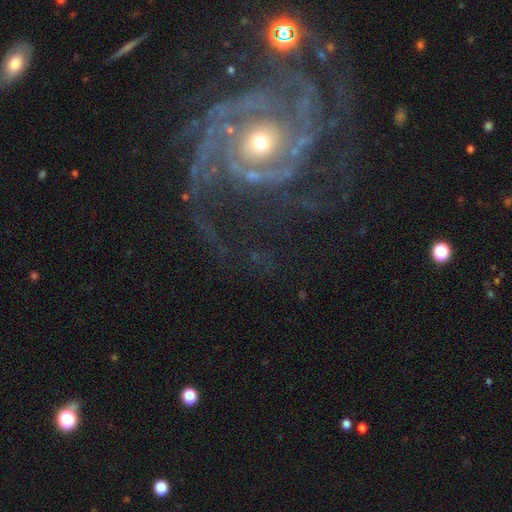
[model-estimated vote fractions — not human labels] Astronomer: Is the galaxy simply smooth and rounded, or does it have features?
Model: featured or disk — 90%.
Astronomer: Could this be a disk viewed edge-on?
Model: no — 97%.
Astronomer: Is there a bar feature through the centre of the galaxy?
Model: no — 73%.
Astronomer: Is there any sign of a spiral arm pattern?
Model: yes — 97%.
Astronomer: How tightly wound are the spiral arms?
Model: tight — 58%.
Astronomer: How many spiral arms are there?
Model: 2 — 27% (runner-up: 3, 22%).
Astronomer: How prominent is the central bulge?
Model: moderate — 50% (runner-up: small, 45%).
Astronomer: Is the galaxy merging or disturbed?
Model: none — 60%.